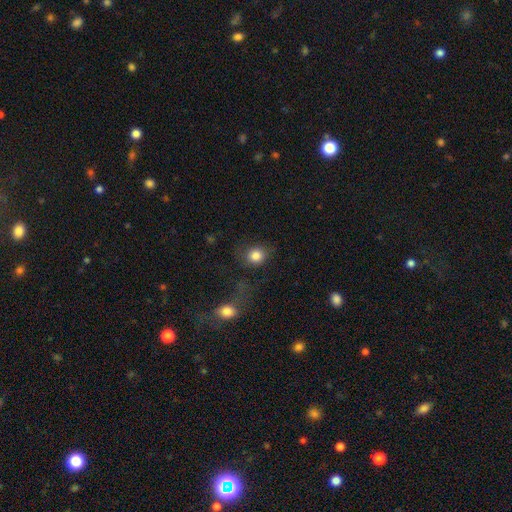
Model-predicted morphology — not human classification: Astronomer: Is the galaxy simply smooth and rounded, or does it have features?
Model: smooth — 84%.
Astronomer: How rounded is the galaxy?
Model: round — 76%.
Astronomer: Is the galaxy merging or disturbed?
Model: none — 67%.